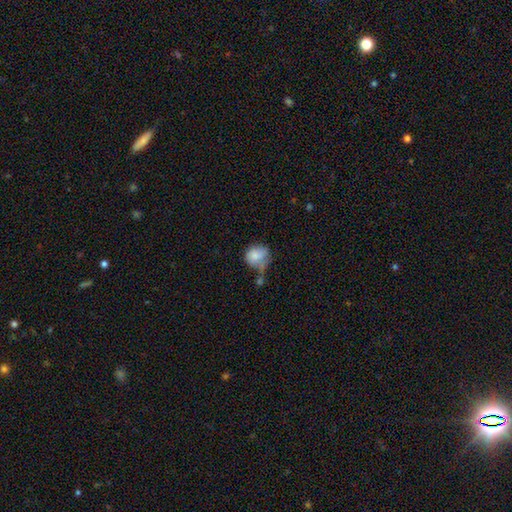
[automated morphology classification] Q: Smooth or featured?
A: smooth (78%); runner-up: featured or disk (14%)
Q: How rounded?
A: round (67%); runner-up: in between (32%)
Q: Merging?
A: none (31%); runner-up: minor disturbance (27%)